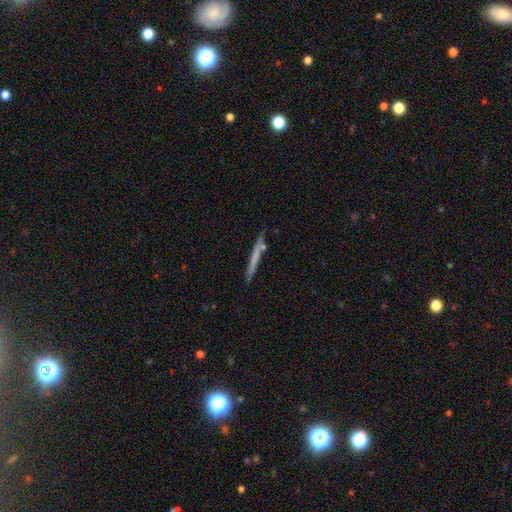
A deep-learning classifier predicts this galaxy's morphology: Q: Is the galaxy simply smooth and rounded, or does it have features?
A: smooth — 56%.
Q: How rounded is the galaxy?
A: cigar-shaped — 96%.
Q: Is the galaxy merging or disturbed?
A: none — 82%.